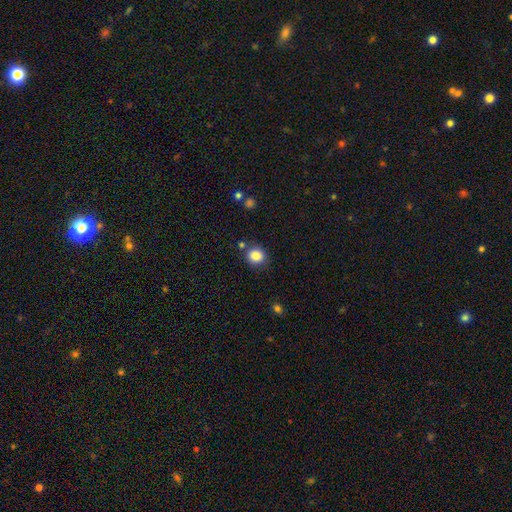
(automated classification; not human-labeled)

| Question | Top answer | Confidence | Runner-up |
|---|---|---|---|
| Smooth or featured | smooth | 85% | star or artifact (10%) |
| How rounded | round | 80% | in between (20%) |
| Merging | none | 80% | minor disturbance (10%) |